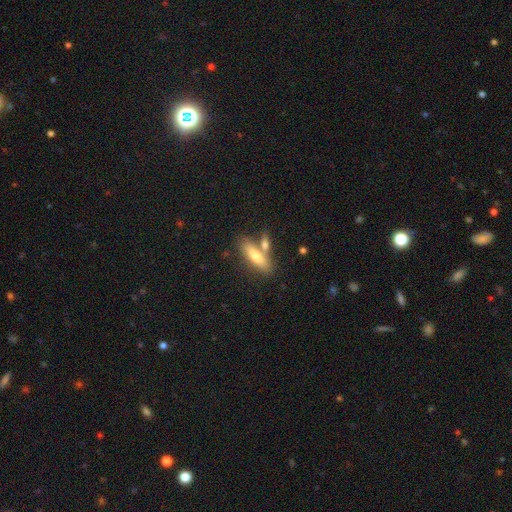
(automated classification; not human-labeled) A smooth galaxy with no disk features (70%) that is cigar-shaped (54%). Merging: none (59%).